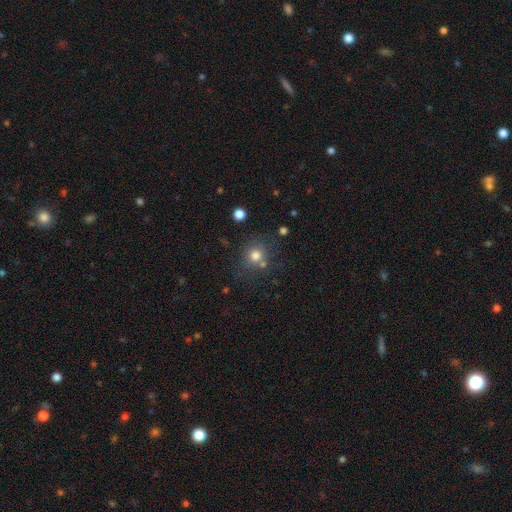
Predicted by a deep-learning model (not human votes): A smooth galaxy with no disk features (77%) that is round (87%).

Vote fractions:
- Smooth or featured? smooth: 77% / star or artifact: 14% / featured or disk: 9%
- How rounded? round: 87% / in between: 13% / cigar-shaped: 1%
- Merging? none: 69% / merger: 13% / minor disturbance: 12% / major disturbance: 5%